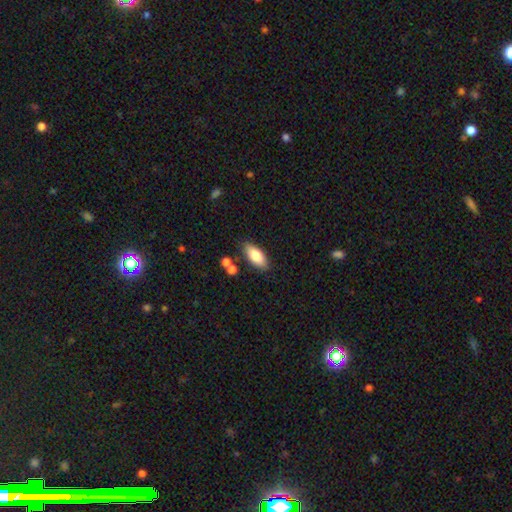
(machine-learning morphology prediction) smooth-or-featured: smooth: 79% | featured or disk: 15% | star or artifact: 7%
  how-rounded: in between: 85% | cigar-shaped: 13% | round: 2%
  merging: none: 81% | minor disturbance: 11% | merger: 5% | major disturbance: 2%